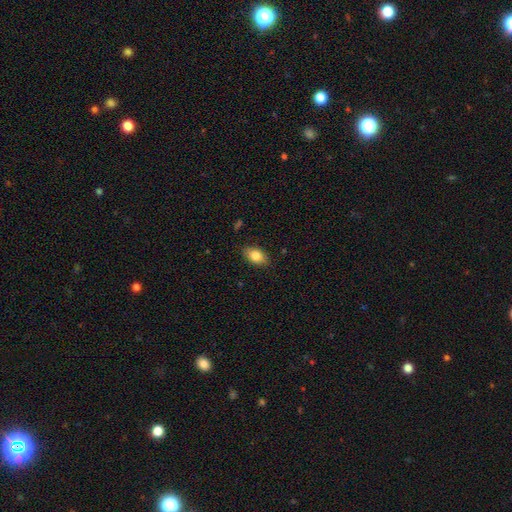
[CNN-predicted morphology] smooth_or_featured: smooth (p=0.81) [alt: featured or disk p=0.12]
how_rounded: in between (p=0.87) [alt: round p=0.10]
merging: none (p=0.83) [alt: minor disturbance p=0.13]